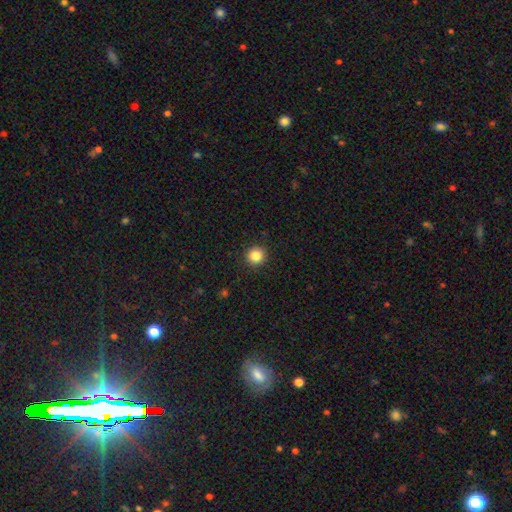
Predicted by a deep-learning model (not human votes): smooth_or_featured: smooth (p=0.85) [alt: star or artifact p=0.11]
how_rounded: round (p=0.95) [alt: in between p=0.04]
merging: none (p=0.93) [alt: minor disturbance p=0.05]